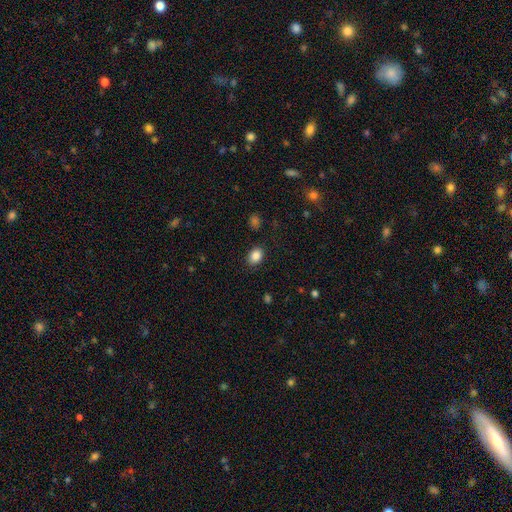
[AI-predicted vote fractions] Smooth or featured?
  - smooth: 87% *
  - star or artifact: 9%
  - featured or disk: 5%
How rounded?
  - in between: 66% *
  - round: 33%
  - cigar-shaped: 1%
Merging?
  - none: 87% *
  - minor disturbance: 9%
  - major disturbance: 3%
  - merger: 1%